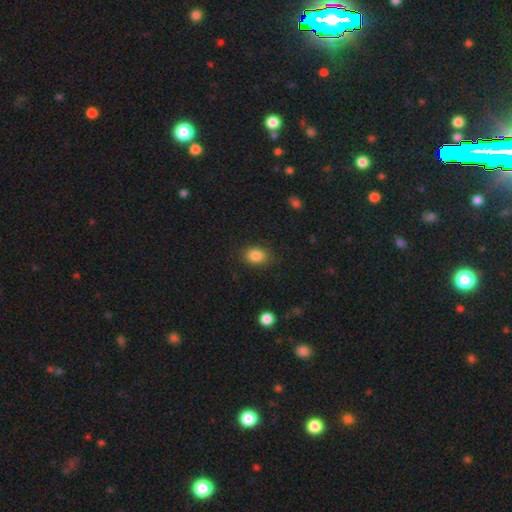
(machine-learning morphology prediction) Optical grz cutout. It shows a smooth galaxy with no disk features (85%) that is in between round and cigar-shaped (66%). Merging: none (84%).